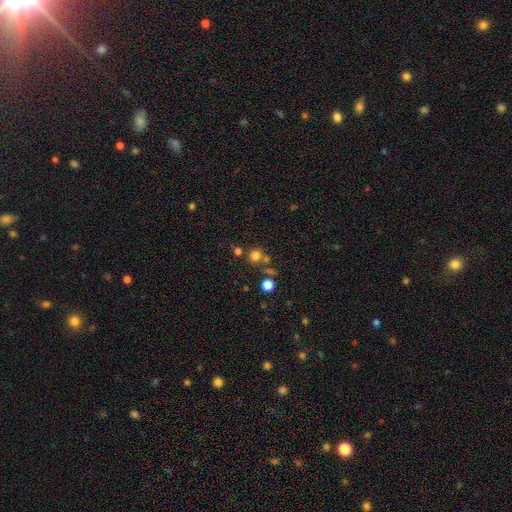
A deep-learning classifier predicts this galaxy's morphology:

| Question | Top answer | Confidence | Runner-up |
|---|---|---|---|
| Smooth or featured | smooth | 74% | star or artifact (18%) |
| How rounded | round | 90% | in between (9%) |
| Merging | none | 68% | merger (19%) |